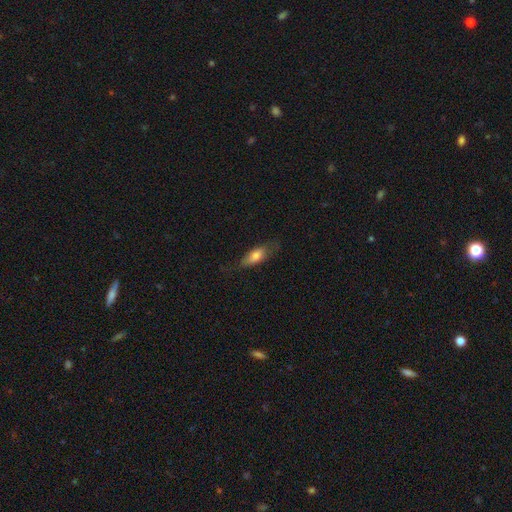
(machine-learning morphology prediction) Smooth or featured?
  - smooth: 72% *
  - featured or disk: 21%
  - star or artifact: 7%
How rounded?
  - in between: 71% *
  - cigar-shaped: 26%
  - round: 3%
Merging?
  - none: 65% *
  - minor disturbance: 25%
  - major disturbance: 9%
  - merger: 1%